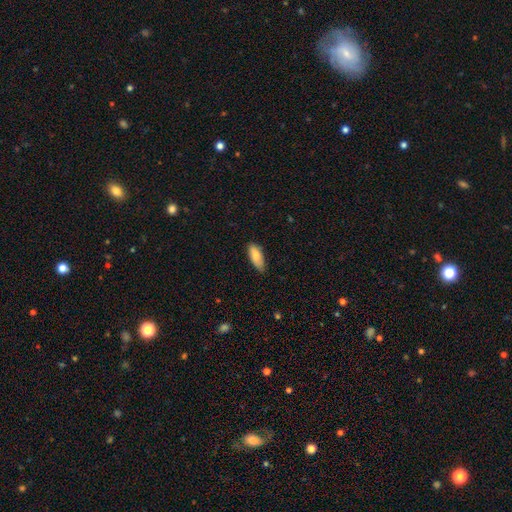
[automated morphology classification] Overall: smooth (79%). How rounded: in between (79%). Merging: none (79%).